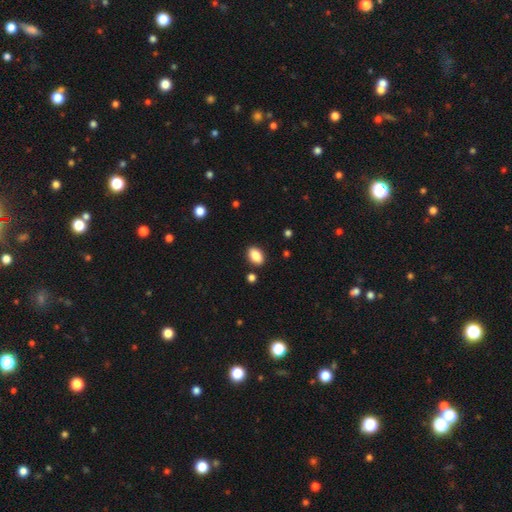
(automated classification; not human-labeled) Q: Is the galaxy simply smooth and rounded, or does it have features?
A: smooth — 87%.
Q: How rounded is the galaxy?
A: in between — 88%.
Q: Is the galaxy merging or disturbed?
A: none — 88%.